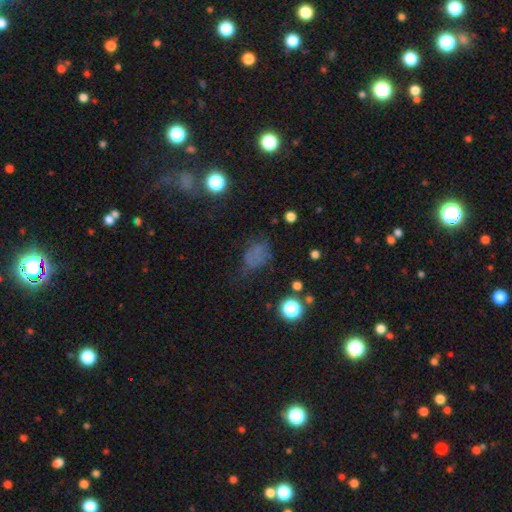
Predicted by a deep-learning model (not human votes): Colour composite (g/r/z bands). It shows a smooth galaxy with no disk features (53%) that is in between round and cigar-shaped (64%). Merging: none (45%).